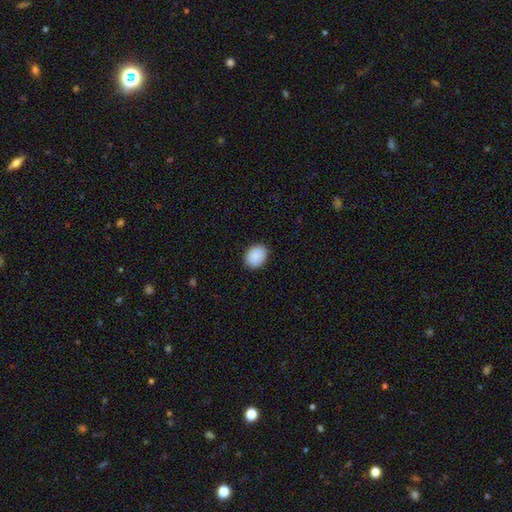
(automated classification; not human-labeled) Overall: smooth (90%). How rounded: in between (51%; round 48%). Merging: none (88%).